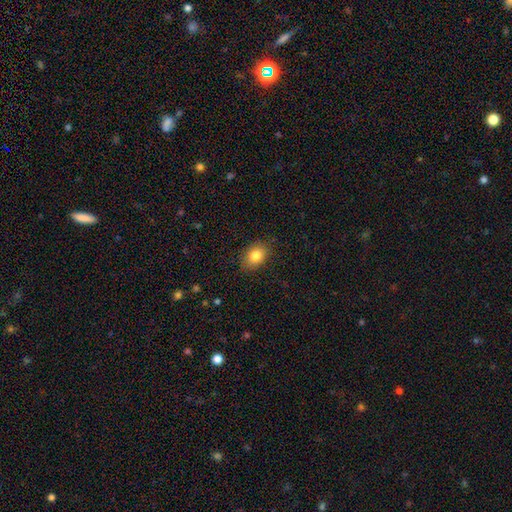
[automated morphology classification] smooth 83%, star or artifact 9%, featured or disk 8%. Down the decision tree: how rounded — in between (71%); merging — none (85%).